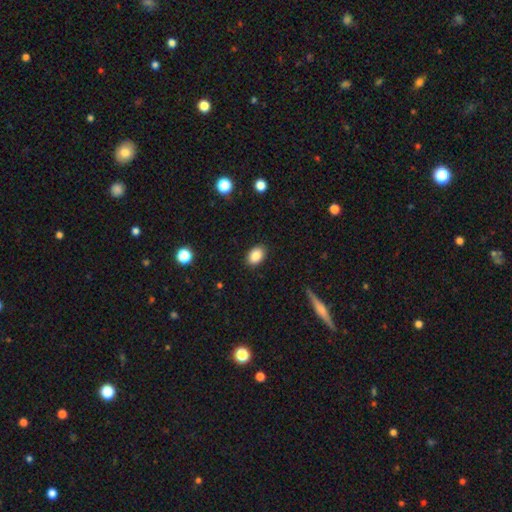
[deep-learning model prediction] smooth 87%, star or artifact 8%, featured or disk 5%. Down the decision tree: how rounded — in between (81%); merging — none (89%).